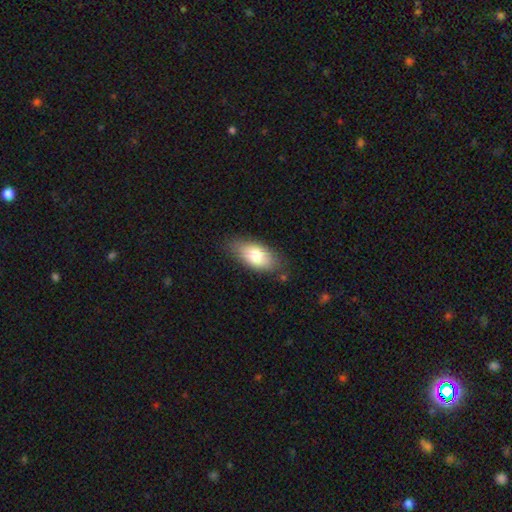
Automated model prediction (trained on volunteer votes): Q: Smooth or featured?
A: smooth (77%); runner-up: featured or disk (16%)
Q: How rounded?
A: in between (91%); runner-up: cigar-shaped (5%)
Q: Merging?
A: none (77%); runner-up: minor disturbance (18%)